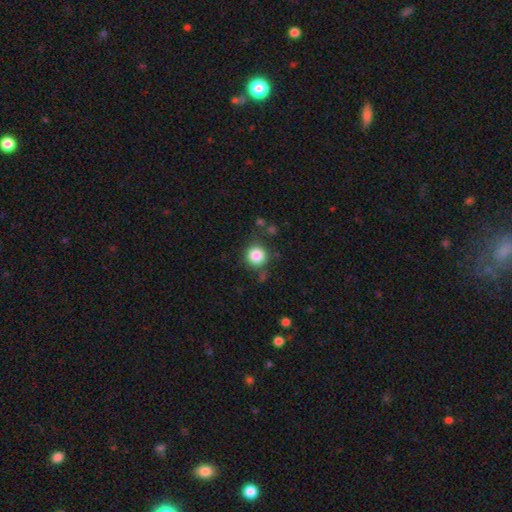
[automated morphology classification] Q: Smooth or featured?
A: smooth (85%); runner-up: star or artifact (10%)
Q: How rounded?
A: round (93%); runner-up: in between (6%)
Q: Merging?
A: none (79%); runner-up: minor disturbance (12%)